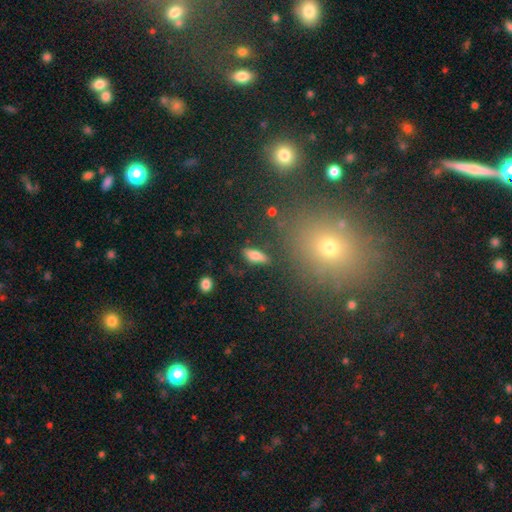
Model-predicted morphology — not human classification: A smooth galaxy with no disk features (74%) that is in between round and cigar-shaped (65%). Merging: none (79%).